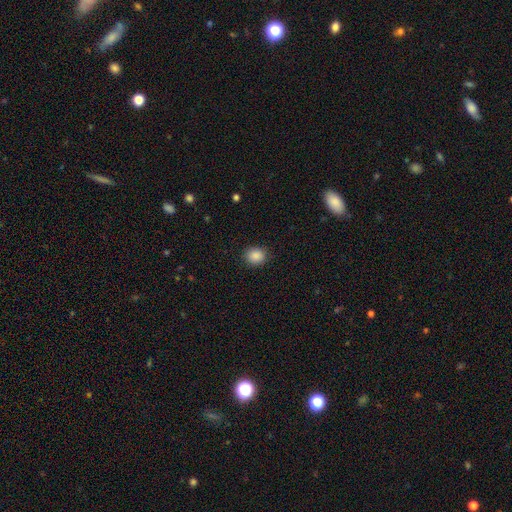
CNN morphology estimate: A smooth galaxy with no disk features (88%) that is round (70%). Merging: none (89%).